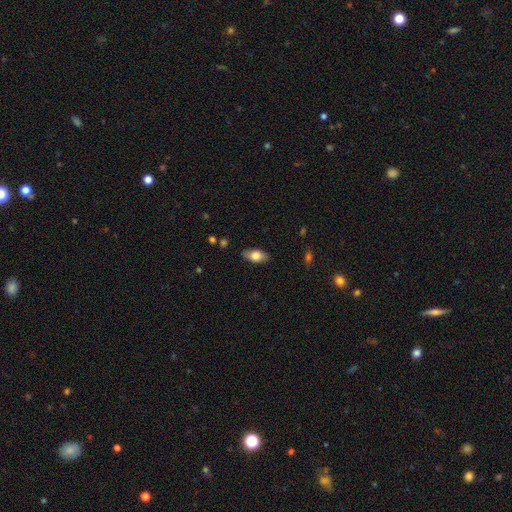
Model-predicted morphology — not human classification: Smooth or featured? Predicted: smooth (p=0.74). How rounded? Predicted: in between (p=0.89). Merging? Predicted: none (p=0.84).